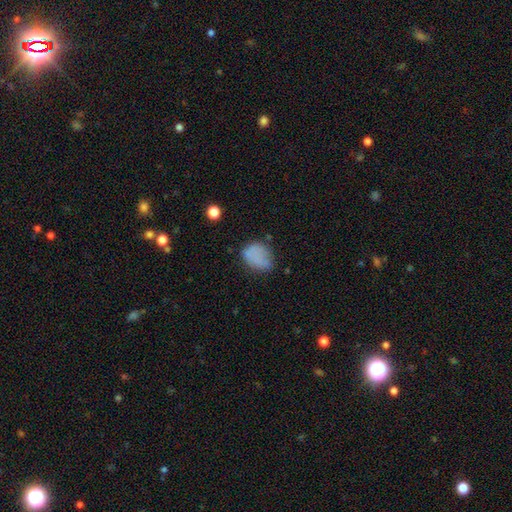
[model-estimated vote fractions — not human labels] Overall: smooth (77%). How rounded: in between (61%; round 38%). Merging: none (52%; minor disturbance 30%).